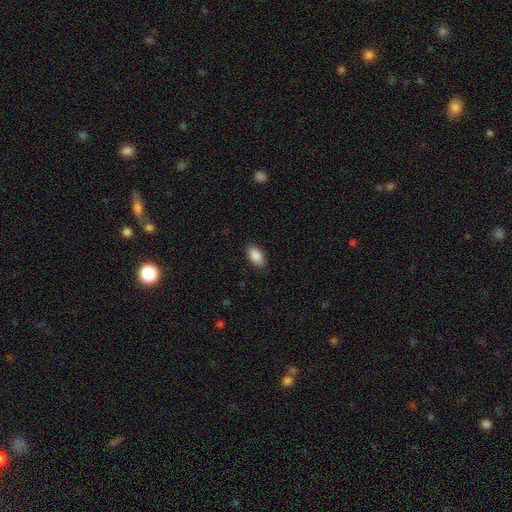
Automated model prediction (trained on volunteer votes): smooth-or-featured: smooth: 89% | star or artifact: 7% | featured or disk: 4%
  how-rounded: in between: 94% | round: 3% | cigar-shaped: 3%
  merging: none: 88% | minor disturbance: 9% | major disturbance: 2% | merger: 1%